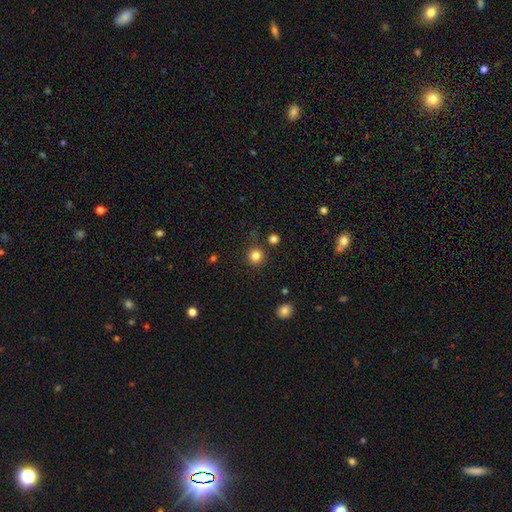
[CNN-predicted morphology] Overall: smooth (83%). How rounded: round (94%). Merging: none (87%).